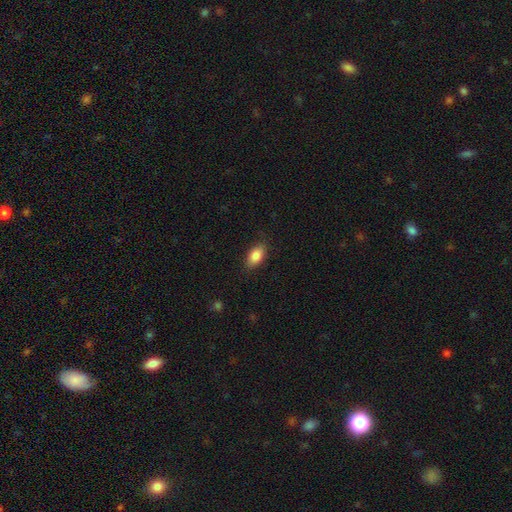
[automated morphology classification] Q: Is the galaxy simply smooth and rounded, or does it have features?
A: smooth — 86%.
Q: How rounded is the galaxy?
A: in between — 89%.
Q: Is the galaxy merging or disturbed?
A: none — 84%.